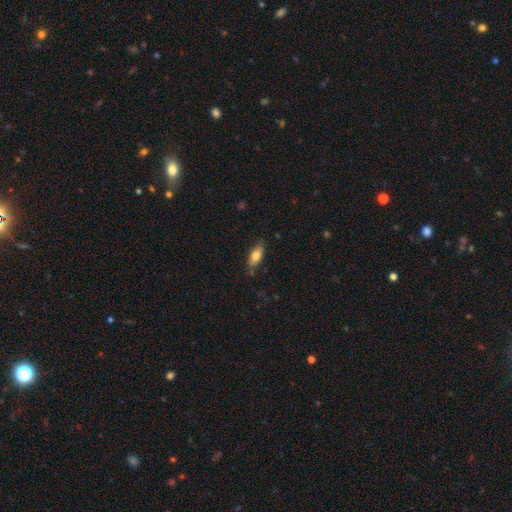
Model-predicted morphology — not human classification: Overall: smooth (74%). How rounded: in between (71%). Merging: none (76%).